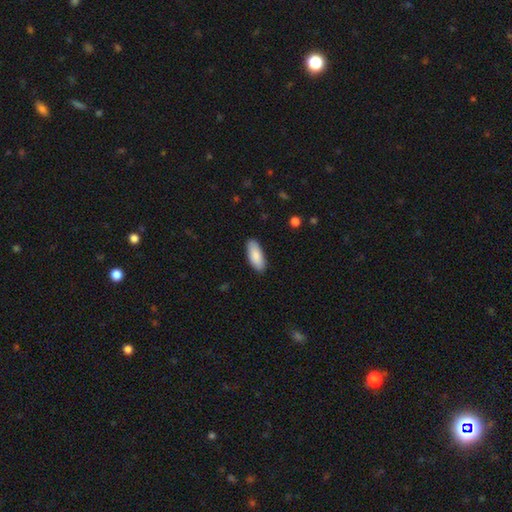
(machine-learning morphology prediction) This is clearly a smooth galaxy (89%). How rounded: likely in between (79%). Merging: clearly none (88%).